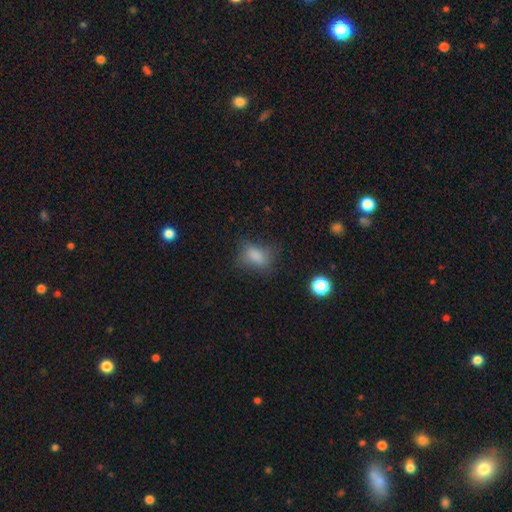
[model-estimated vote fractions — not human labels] This appears to be a smooth galaxy with no disk features (77%) that is in between round and cigar-shaped (81%). Merging: none (57%).